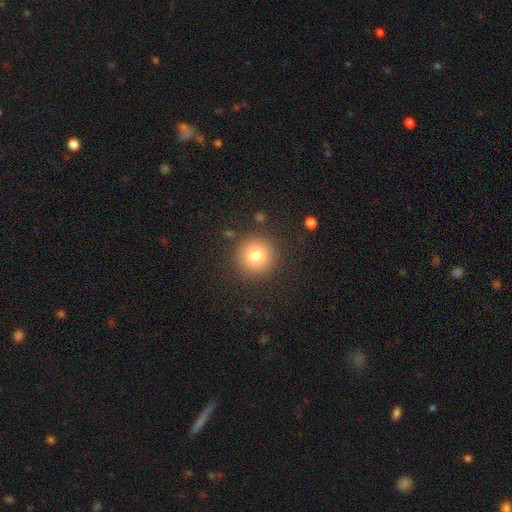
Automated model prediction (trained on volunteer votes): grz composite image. It shows a smooth galaxy with no disk features (79%) that is round (95%). Merging: none (88%).